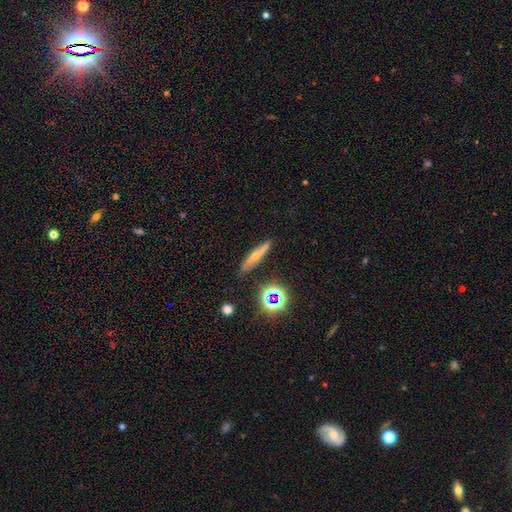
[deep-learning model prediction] The model was most divided on "smooth or featured": featured or disk: 43%, smooth: 39%, star or artifact: 18%. More confident: merging — none (84%).